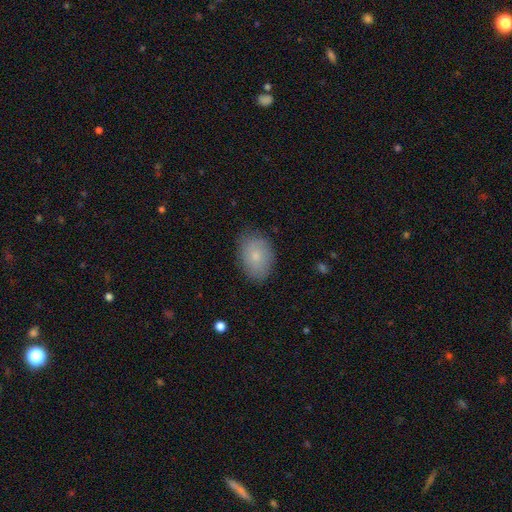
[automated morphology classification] smooth_or_featured: smooth (p=0.77) [alt: featured or disk p=0.15]
how_rounded: in between (p=0.80) [alt: round p=0.19]
merging: none (p=0.80) [alt: minor disturbance p=0.15]